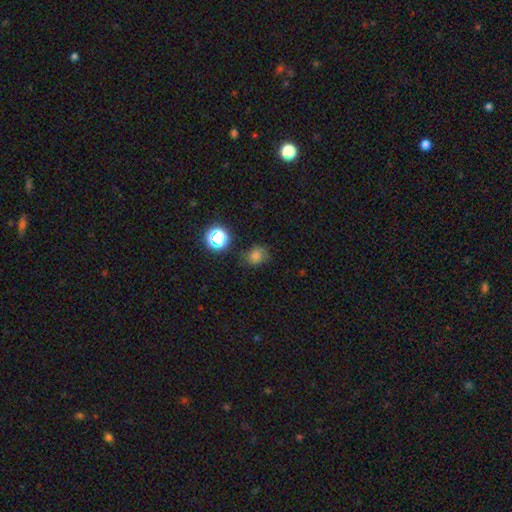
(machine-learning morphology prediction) Overall: smooth (73%). How rounded: round (71%). Merging: none (76%).